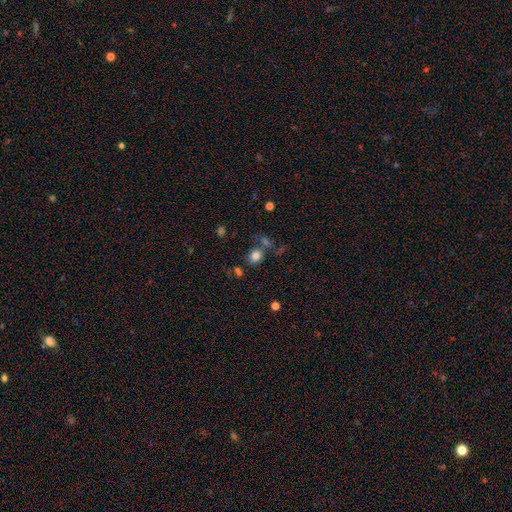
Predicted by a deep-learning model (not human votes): Morphology: type=smooth (80%); roundness=round (66%); merging=none (67%).